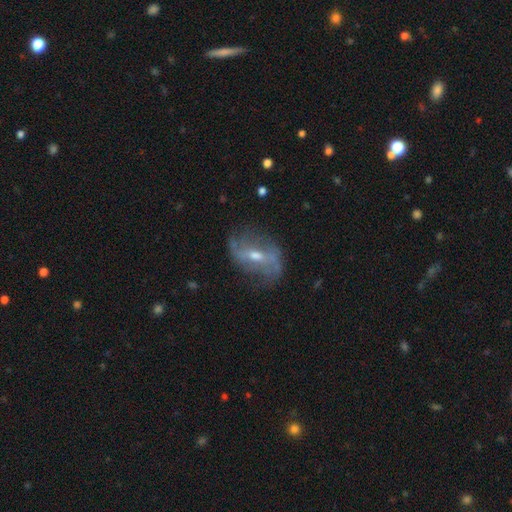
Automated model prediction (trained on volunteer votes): Smooth or featured?
  - featured or disk: 78% *
  - smooth: 14%
  - star or artifact: 8%
Edge-on disk?
  - no: 92% *
  - yes: 8%
Bar?
  - weak: 44% *
  - strong: 35%
  - no: 21%
Spiral arms?
  - yes: 79% *
  - no: 21%
Spiral winding?
  - loose: 61% *
  - medium: 28%
  - tight: 11%
Spiral arm count?
  - 2: 76% *
  - can't tell: 14%
  - 1: 4%
  - 3: 3%
  - 4: 2%
  - more than 4: 2%
Bulge size?
  - moderate: 58% *
  - small: 36%
  - large: 3%
  - none: 2%
  - dominant: 1%
Merging?
  - none: 64% *
  - minor disturbance: 22%
  - major disturbance: 12%
  - merger: 2%